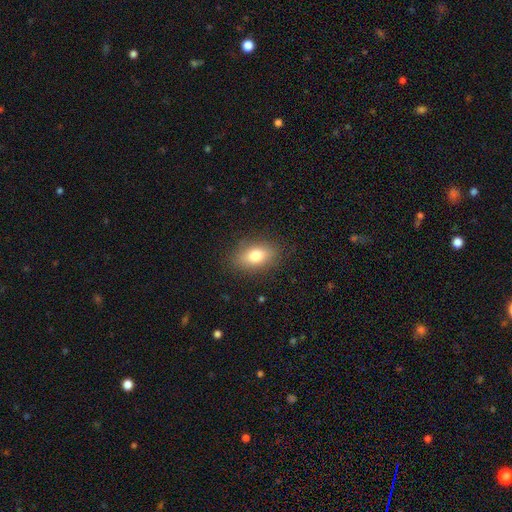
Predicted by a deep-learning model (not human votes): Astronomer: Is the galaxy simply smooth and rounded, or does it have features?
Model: smooth — 76%.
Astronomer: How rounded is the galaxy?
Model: in between — 82%.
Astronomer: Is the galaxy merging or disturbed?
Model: none — 85%.